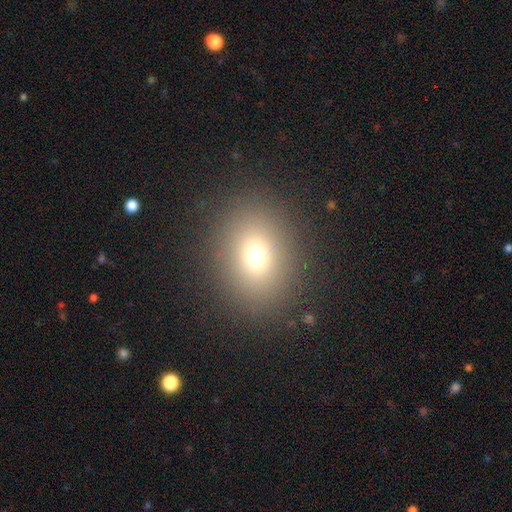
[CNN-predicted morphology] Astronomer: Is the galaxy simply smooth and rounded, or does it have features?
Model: smooth — 72%.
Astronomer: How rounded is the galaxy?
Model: in between — 55% (runner-up: round, 44%).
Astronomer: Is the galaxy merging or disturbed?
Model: none — 88%.